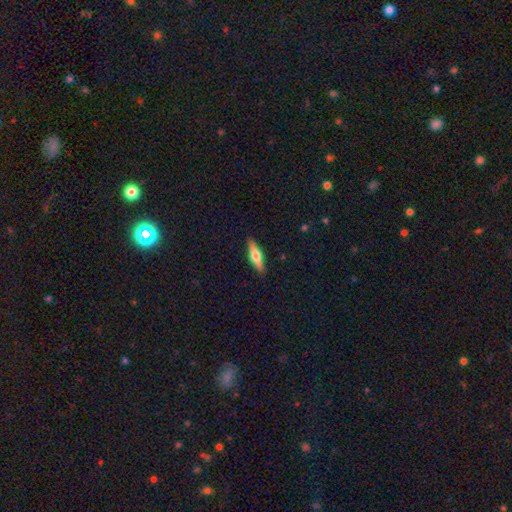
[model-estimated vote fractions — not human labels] Smooth or featured? Predicted: featured or disk (p=0.53). Edge-on disk? Predicted: yes (p=0.95). Edge-on bulge? Predicted: rounded (p=0.94). Merging? Predicted: none (p=0.90).